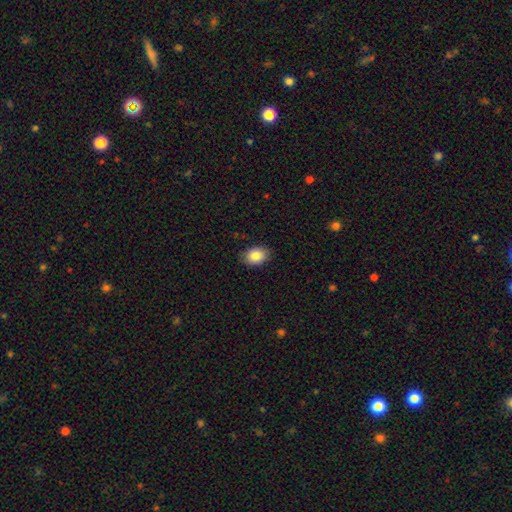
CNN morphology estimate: Smooth or featured: smooth — 85% (star or artifact — 8%)
How rounded: in between — 72% (round — 27%)
Merging: none — 87% (minor disturbance — 10%)